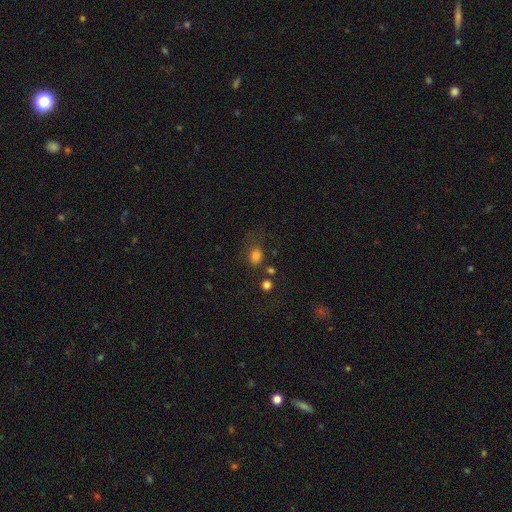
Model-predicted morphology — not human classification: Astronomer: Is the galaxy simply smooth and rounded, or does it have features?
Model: smooth — 79%.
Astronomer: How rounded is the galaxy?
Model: in between — 55% (runner-up: round, 44%).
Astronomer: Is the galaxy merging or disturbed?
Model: none — 55%.